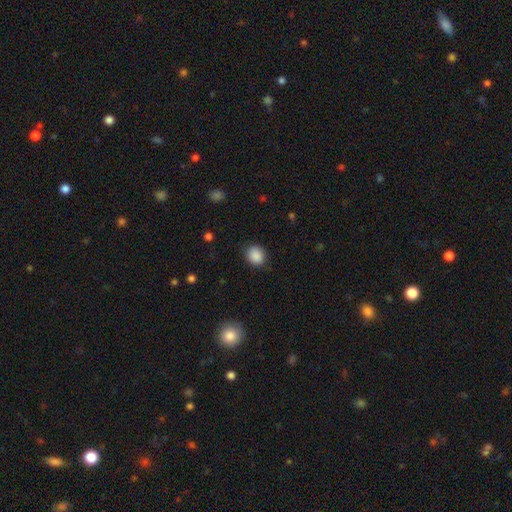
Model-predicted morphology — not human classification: Smooth or featured? Predicted: smooth (p=0.88). How rounded? Predicted: round (p=0.69). Merging? Predicted: none (p=0.86).